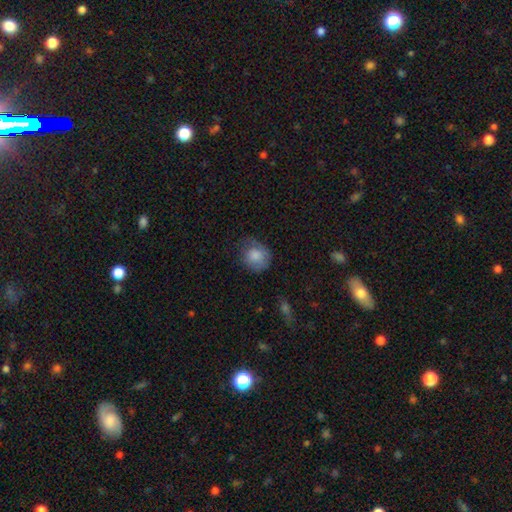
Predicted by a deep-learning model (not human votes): smooth-or-featured: smooth: 80% | featured or disk: 13% | star or artifact: 7%
  how-rounded: round: 75% | in between: 24% | cigar-shaped: 1%
  merging: none: 53% | minor disturbance: 31% | major disturbance: 14% | merger: 1%